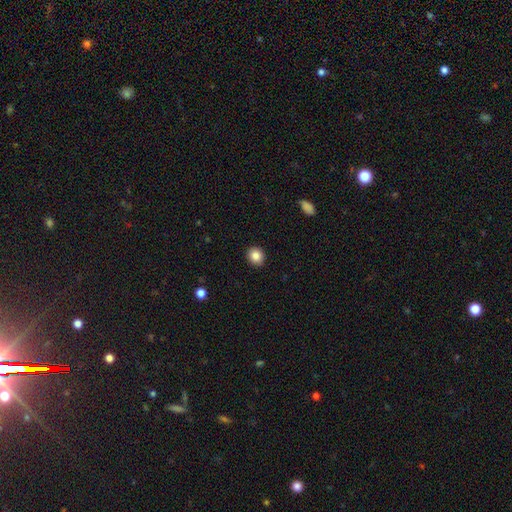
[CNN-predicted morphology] smooth 87%, star or artifact 9%, featured or disk 4%. Down the decision tree: how rounded — round (79%); merging — none (92%).